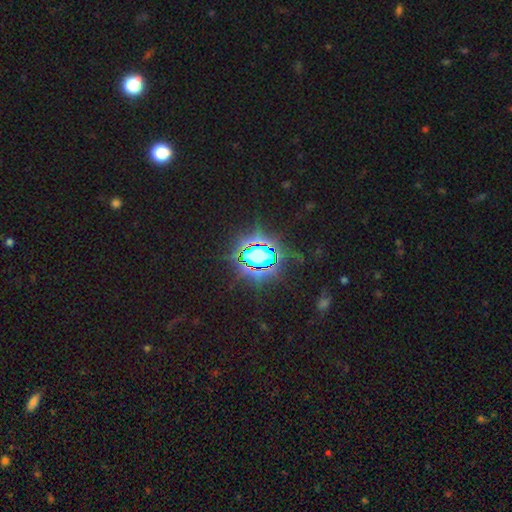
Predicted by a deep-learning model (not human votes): Q: Smooth or featured?
A: star or artifact (76%); runner-up: smooth (14%)